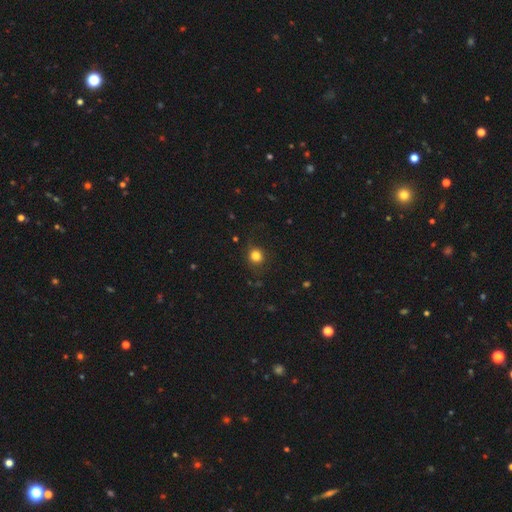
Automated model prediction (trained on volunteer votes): A smooth galaxy with no disk features (81%) that is round (87%).

Vote fractions:
- Smooth or featured? smooth: 81% / star or artifact: 12% / featured or disk: 7%
- How rounded? round: 87% / in between: 12% / cigar-shaped: 1%
- Merging? none: 78% / minor disturbance: 14% / major disturbance: 7% / merger: 1%